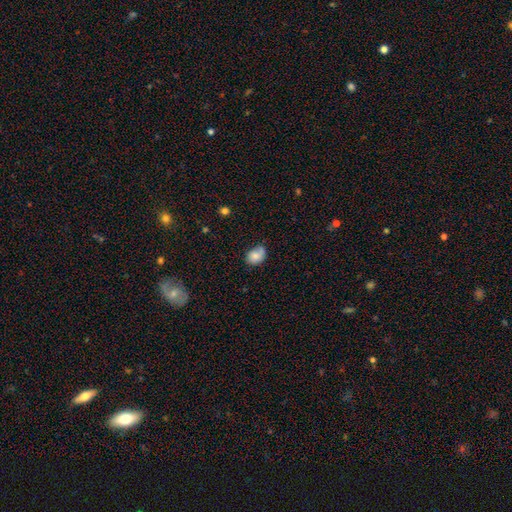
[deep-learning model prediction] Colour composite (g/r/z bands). It shows a smooth galaxy with no disk features (74%) that is in between round and cigar-shaped (63%). Merging: none (51%).